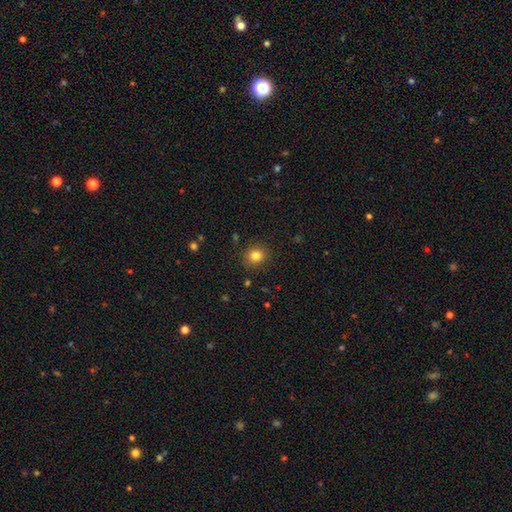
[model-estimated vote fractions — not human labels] Smooth or featured? Predicted: smooth (p=0.82). How rounded? Predicted: round (p=0.84). Merging? Predicted: none (p=0.88).